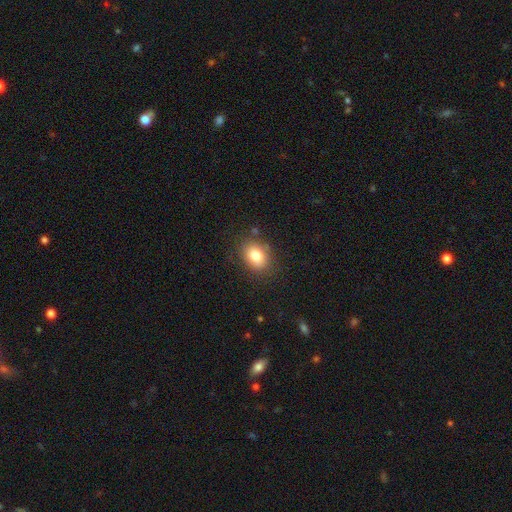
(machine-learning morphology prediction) Q: Smooth or featured?
A: smooth (81%); runner-up: star or artifact (10%)
Q: How rounded?
A: in between (63%); runner-up: round (36%)
Q: Merging?
A: none (81%); runner-up: minor disturbance (13%)